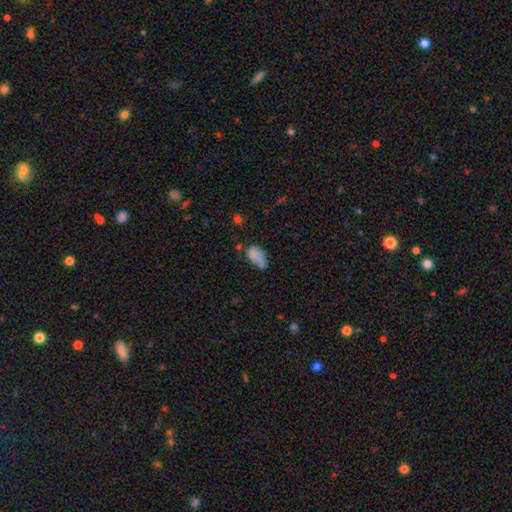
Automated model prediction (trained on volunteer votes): smooth 80%, star or artifact 10%, featured or disk 10%. Down the decision tree: how rounded — in between (91%); merging — minor disturbance (39%).